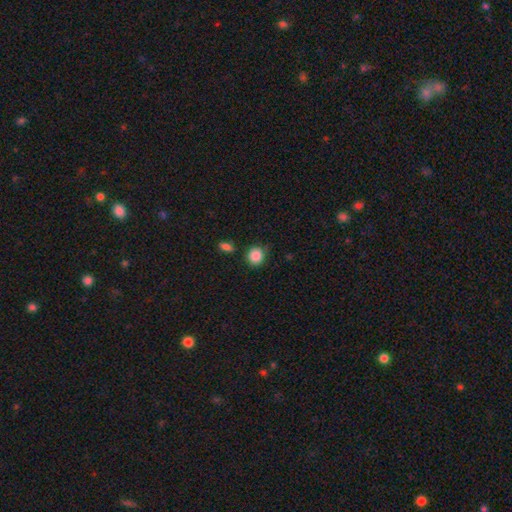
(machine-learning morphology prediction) smooth-or-featured: smooth: 87% | star or artifact: 9% | featured or disk: 4%
  how-rounded: round: 86% | in between: 13% | cigar-shaped: 1%
  merging: none: 77% | minor disturbance: 15% | merger: 4% | major disturbance: 3%